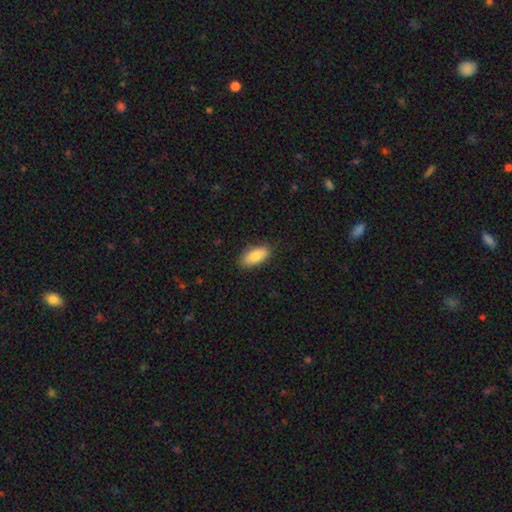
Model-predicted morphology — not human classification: Overall: smooth (83%). How rounded: in between (90%). Merging: none (84%).